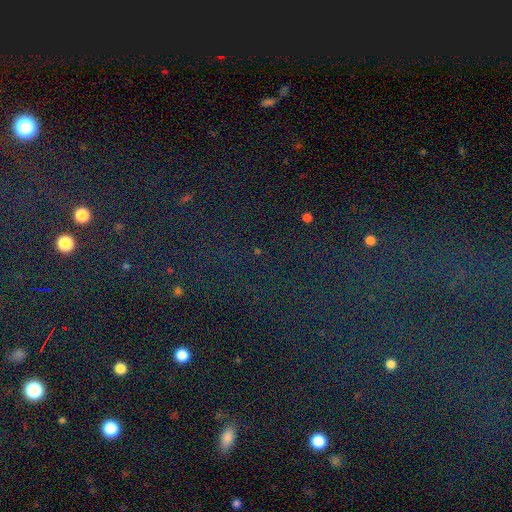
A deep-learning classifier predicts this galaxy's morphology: Smooth or featured? Predicted: star or artifact (p=0.78).